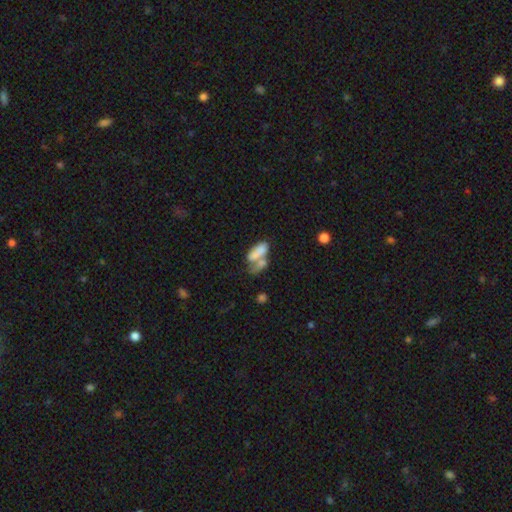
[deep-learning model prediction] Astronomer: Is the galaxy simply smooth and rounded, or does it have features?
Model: smooth — 71%.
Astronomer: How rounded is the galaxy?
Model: in between — 79%.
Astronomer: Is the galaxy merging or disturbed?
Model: merger — 57%.